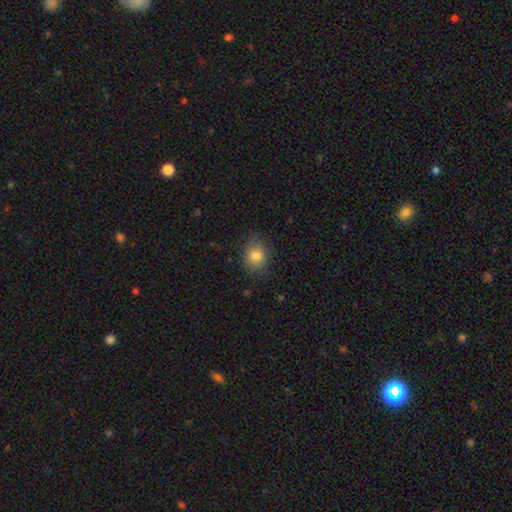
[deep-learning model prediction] Smooth or featured: smooth — 82% (star or artifact — 11%)
How rounded: round — 60% (in between — 39%)
Merging: none — 80% (minor disturbance — 15%)